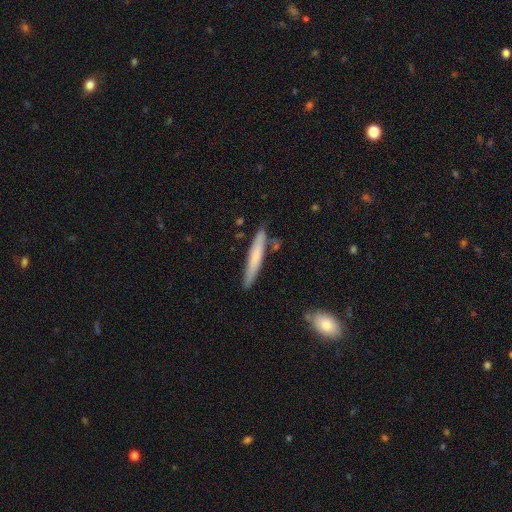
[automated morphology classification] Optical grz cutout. It shows a smooth galaxy with no disk features (64%) that is cigar-shaped (93%). Merging: none (81%).